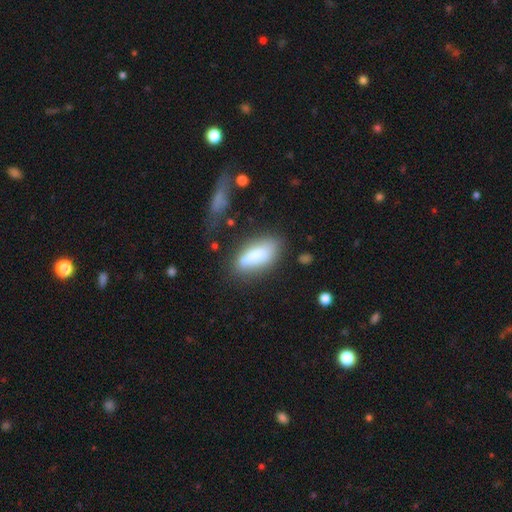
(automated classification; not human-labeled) This appears to be a smooth galaxy with no disk features (73%) that is in between round and cigar-shaped (75%). Merging: none (58%).